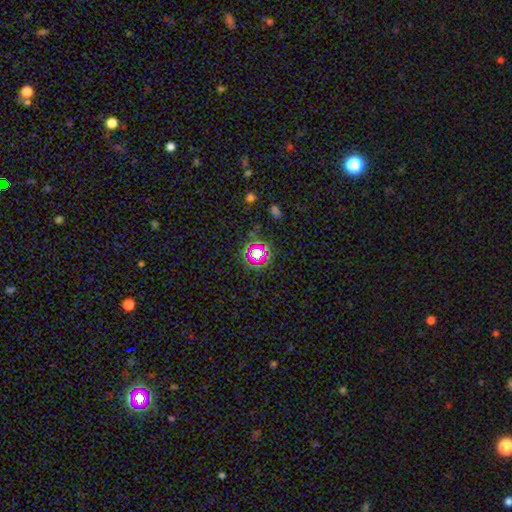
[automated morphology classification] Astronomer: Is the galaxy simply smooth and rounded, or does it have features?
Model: star or artifact — 62%.